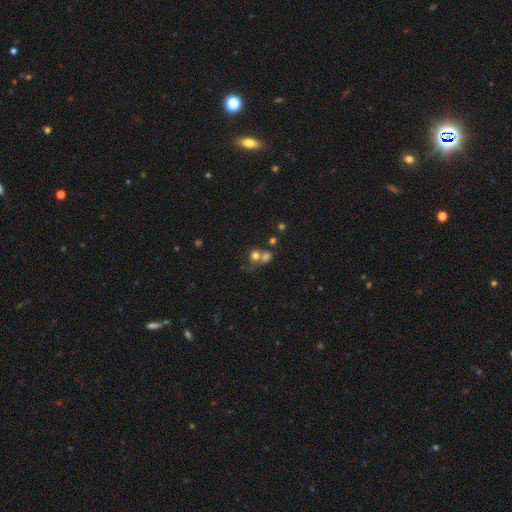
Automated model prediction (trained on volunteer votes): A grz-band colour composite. It shows a smooth galaxy with no disk features (69%) that is round (79%). Merging: merger (47%).